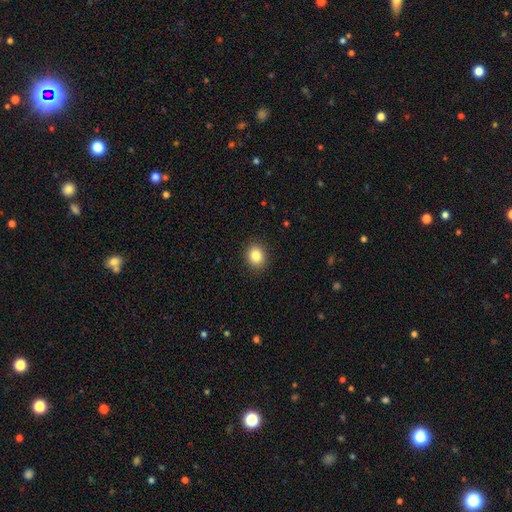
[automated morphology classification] This appears to be a smooth galaxy with no disk features (85%) that is round (60%). Merging: none (90%).